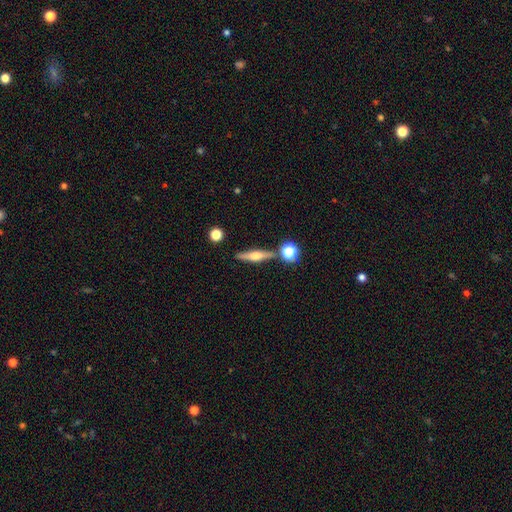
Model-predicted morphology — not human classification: This appears to be a featured or disk galaxy (54%) viewed edge-on (94%) with a rounded central bulge (88%). Merging: none (81%).